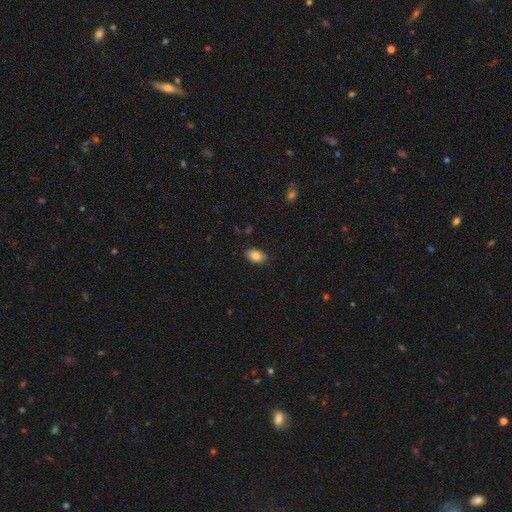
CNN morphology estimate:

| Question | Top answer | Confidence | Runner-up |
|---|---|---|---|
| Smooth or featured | smooth | 84% | featured or disk (9%) |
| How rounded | in between | 91% | round (7%) |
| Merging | none | 88% | minor disturbance (9%) |